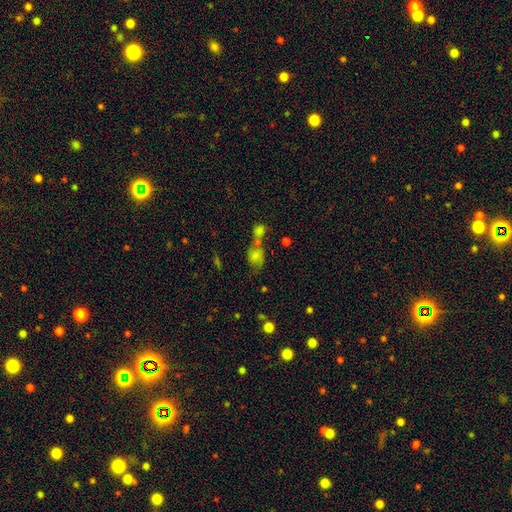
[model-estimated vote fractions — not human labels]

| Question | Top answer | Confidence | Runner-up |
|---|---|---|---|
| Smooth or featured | smooth | 63% | featured or disk (22%) |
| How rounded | in between | 67% | round (31%) |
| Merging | merger | 41% | none (32%) |